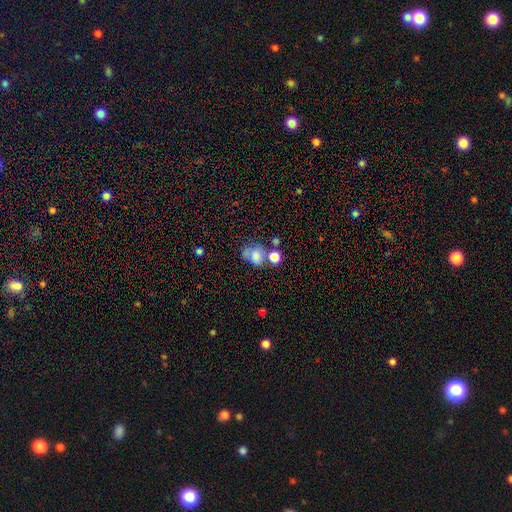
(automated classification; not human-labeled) This appears to be a smooth galaxy with no disk features (70%) that is in between round and cigar-shaped (50%). Merging: none (34%).